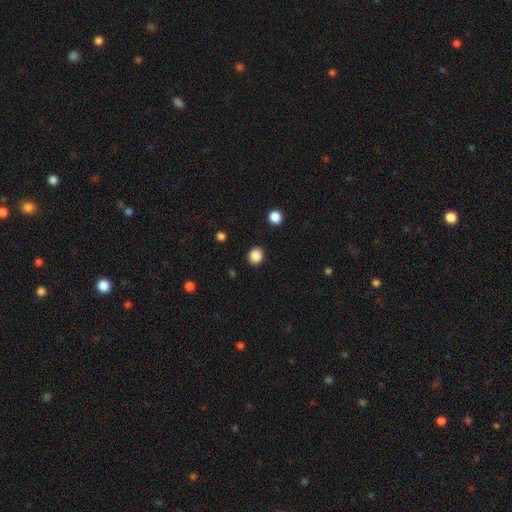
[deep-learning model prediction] smooth_or_featured: smooth (p=0.87) [alt: star or artifact p=0.10]
how_rounded: round (p=0.81) [alt: in between p=0.18]
merging: none (p=0.90) [alt: minor disturbance p=0.06]